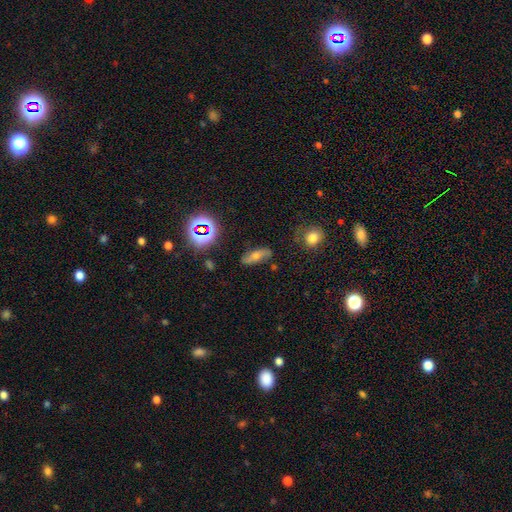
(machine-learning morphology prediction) smooth 44%, featured or disk 35%, star or artifact 21%. Down the decision tree: merging — none (77%).